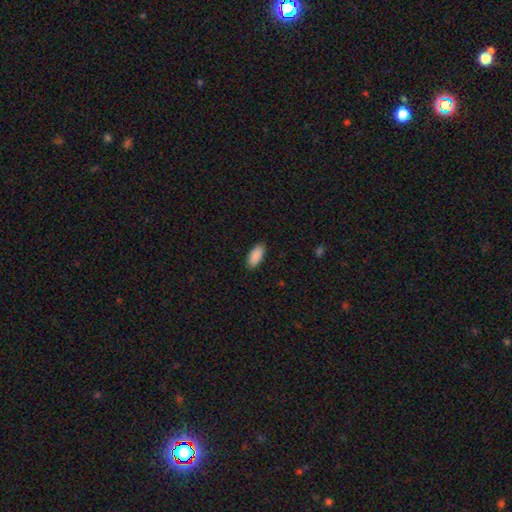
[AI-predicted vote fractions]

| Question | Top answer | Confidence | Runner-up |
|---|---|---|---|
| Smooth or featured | smooth | 91% | star or artifact (6%) |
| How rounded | in between | 89% | cigar-shaped (9%) |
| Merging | none | 88% | minor disturbance (9%) |